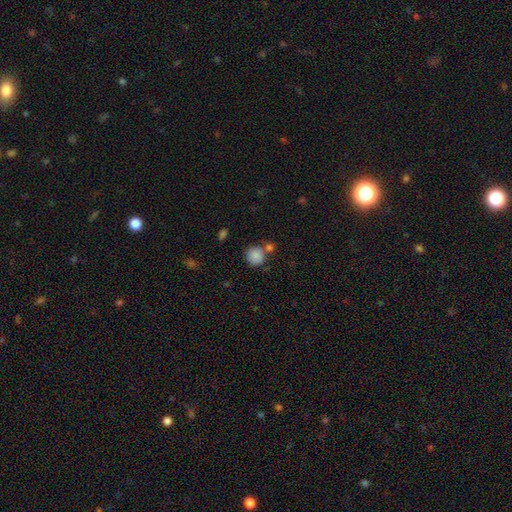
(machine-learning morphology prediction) A smooth galaxy with no disk features (85%) that is round (88%).

Vote fractions:
- Smooth or featured? smooth: 85% / star or artifact: 9% / featured or disk: 6%
- How rounded? round: 88% / in between: 11% / cigar-shaped: 1%
- Merging? none: 64% / merger: 21% / minor disturbance: 12% / major disturbance: 4%